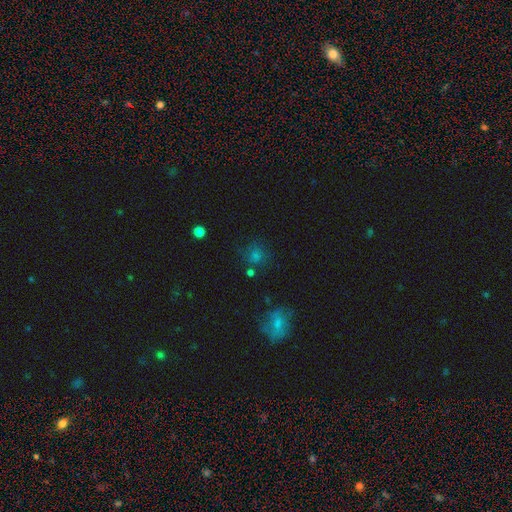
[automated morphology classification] This appears to be a smooth galaxy with no disk features (55%) that is round (83%). Merging: none (72%).